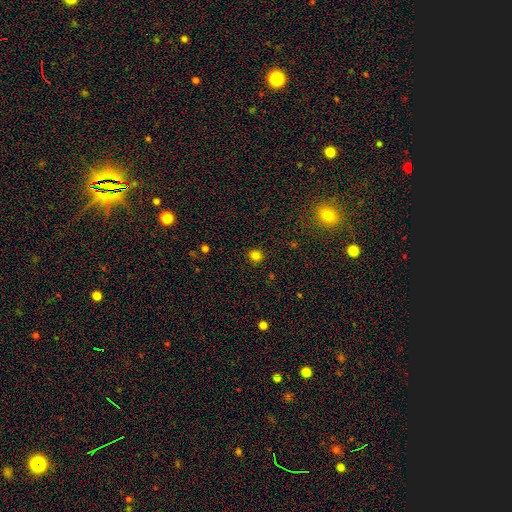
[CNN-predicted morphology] Q: Smooth or featured?
A: smooth (81%); runner-up: star or artifact (15%)
Q: How rounded?
A: round (83%); runner-up: in between (16%)
Q: Merging?
A: none (90%); runner-up: minor disturbance (7%)